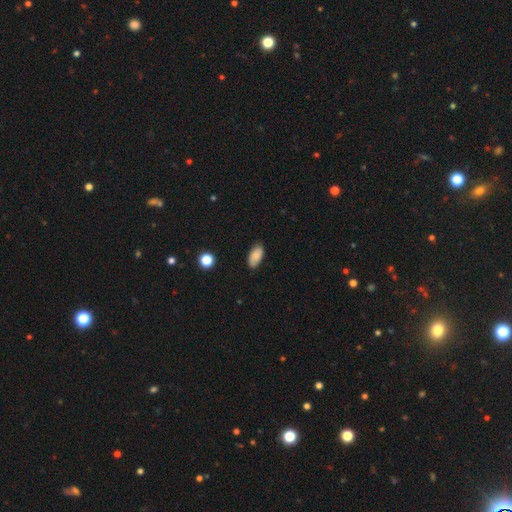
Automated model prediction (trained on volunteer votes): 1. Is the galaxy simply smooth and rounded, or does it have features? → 85% smooth, 8% star or artifact, 8% featured or disk.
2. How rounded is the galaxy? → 93% in between, 4% cigar-shaped, 3% round.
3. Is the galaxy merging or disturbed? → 81% none, 15% minor disturbance, 3% major disturbance, 1% merger.